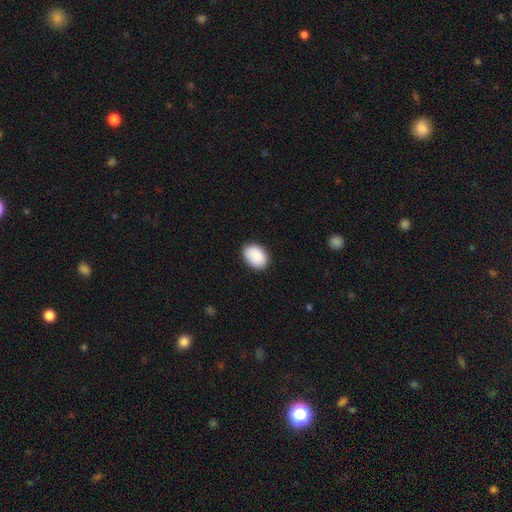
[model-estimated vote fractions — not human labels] Smooth or featured? Predicted: smooth (p=0.91). How rounded? Predicted: in between (p=0.83). Merging? Predicted: none (p=0.88).